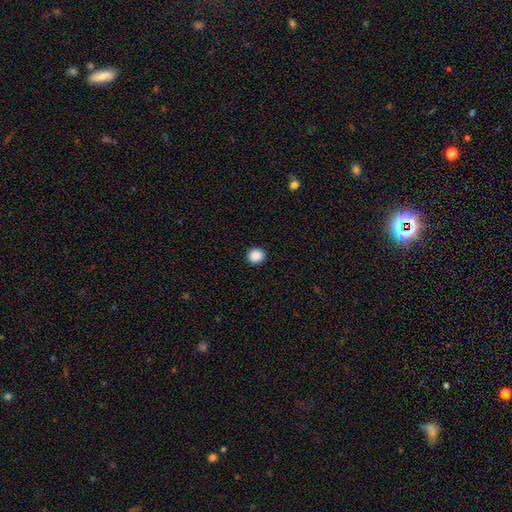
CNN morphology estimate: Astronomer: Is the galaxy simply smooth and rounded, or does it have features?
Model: smooth — 89%.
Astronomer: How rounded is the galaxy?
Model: round — 85%.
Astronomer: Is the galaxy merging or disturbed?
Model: none — 93%.